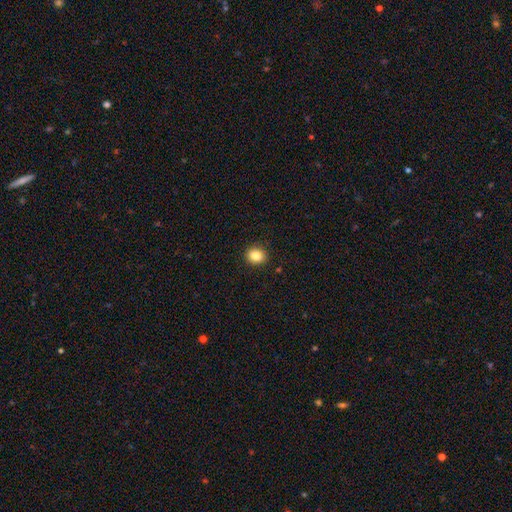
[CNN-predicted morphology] Smooth or featured? Predicted: smooth (p=0.85). How rounded? Predicted: round (p=0.72). Merging? Predicted: none (p=0.91).